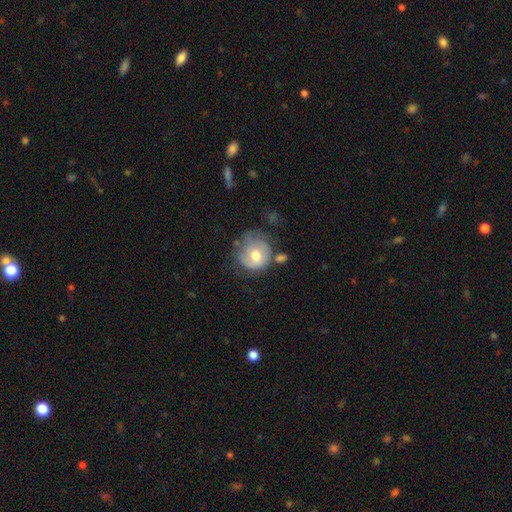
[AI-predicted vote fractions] Q: Smooth or featured?
A: smooth (57%); runner-up: featured or disk (36%)
Q: How rounded?
A: round (83%); runner-up: in between (16%)
Q: Merging?
A: none (44%); runner-up: minor disturbance (29%)